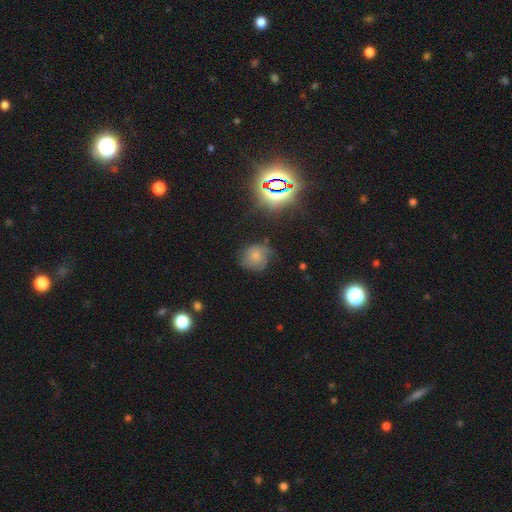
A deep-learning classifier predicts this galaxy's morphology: Q: Smooth or featured?
A: smooth (55%); runner-up: featured or disk (24%)
Q: How rounded?
A: round (76%); runner-up: in between (23%)
Q: Merging?
A: none (59%); runner-up: minor disturbance (27%)